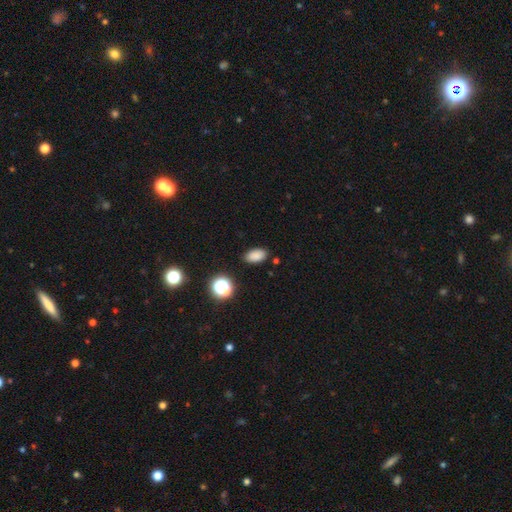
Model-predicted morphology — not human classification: The model was most divided on "smooth or featured": smooth: 83%, star or artifact: 13%, featured or disk: 4%. More confident: how rounded — in between (90%); merging — none (86%).